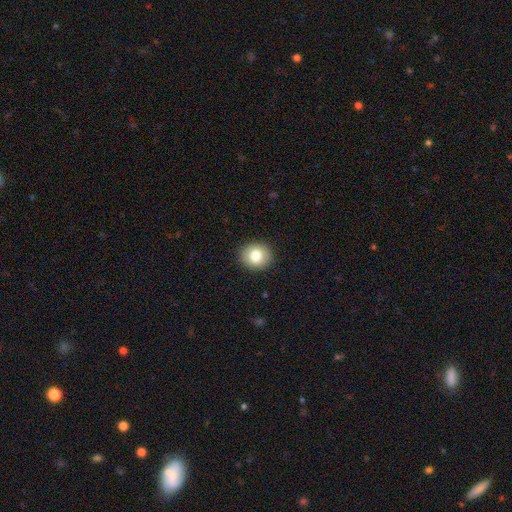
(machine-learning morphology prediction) This appears to be a smooth galaxy with no disk features (80%) that is round (80%). Merging: none (91%).